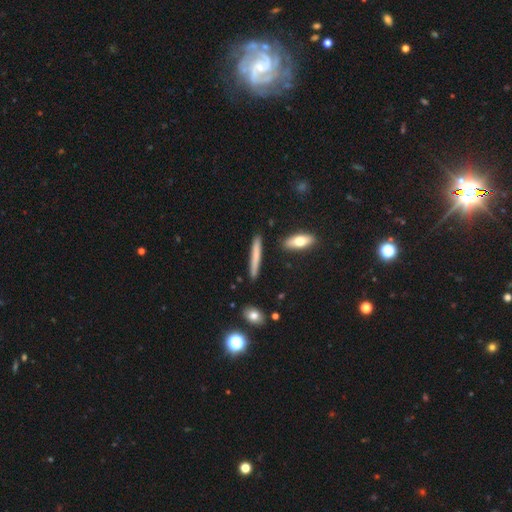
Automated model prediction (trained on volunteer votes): Overall: smooth (64%; featured or disk 29%). How rounded: cigar-shaped (94%). Merging: none (87%).